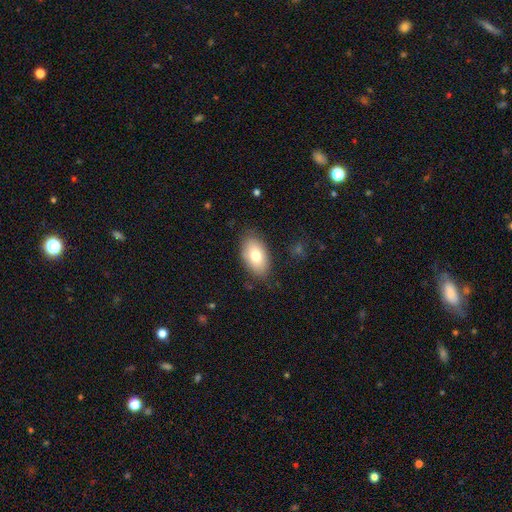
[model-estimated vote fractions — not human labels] smooth 76%, featured or disk 16%, star or artifact 7%. Down the decision tree: how rounded — in between (92%); merging — none (82%).